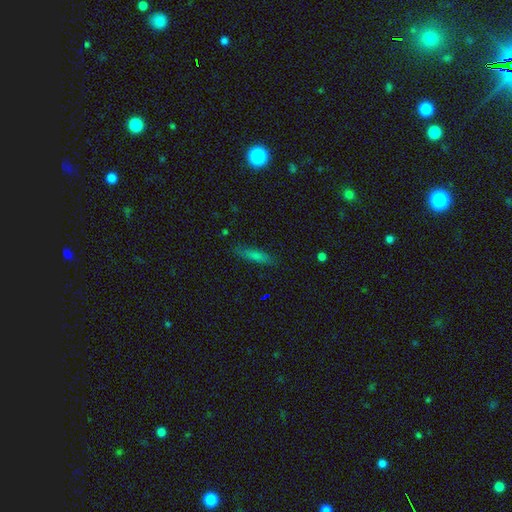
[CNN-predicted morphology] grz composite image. It shows a smooth galaxy with no disk features (72%) that is cigar-shaped (73%). Merging: none (83%).